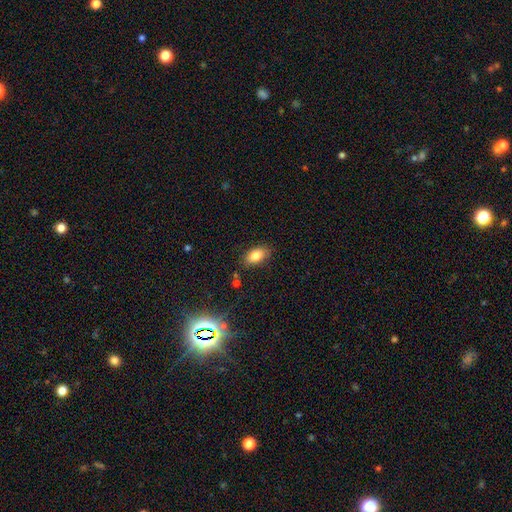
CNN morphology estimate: This appears to be a smooth galaxy with no disk features (81%) that is in between round and cigar-shaped (91%). Merging: none (82%).